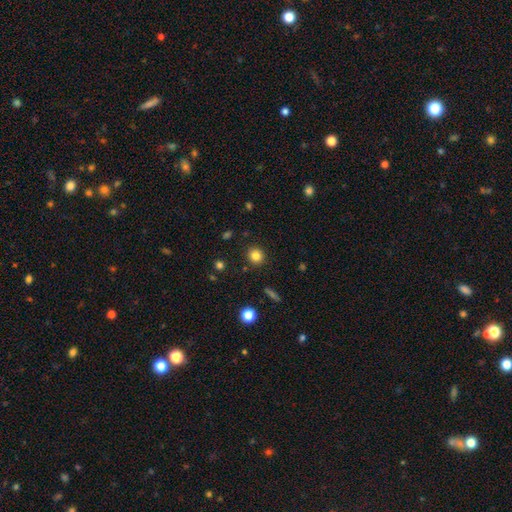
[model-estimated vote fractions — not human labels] smooth_or_featured: smooth (p=0.81) [alt: star or artifact p=0.12]
how_rounded: round (p=0.90) [alt: in between p=0.09]
merging: none (p=0.90) [alt: minor disturbance p=0.06]